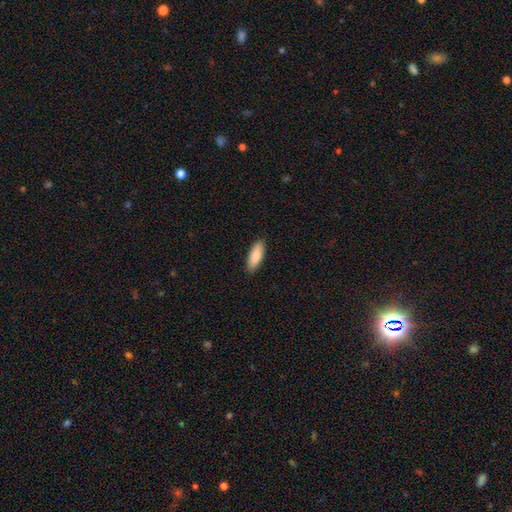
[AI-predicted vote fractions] smooth-or-featured: smooth: 87% | featured or disk: 7% | star or artifact: 6%
  how-rounded: in between: 69% | cigar-shaped: 30% | round: 2%
  merging: none: 90% | minor disturbance: 7% | major disturbance: 2% | merger: 1%